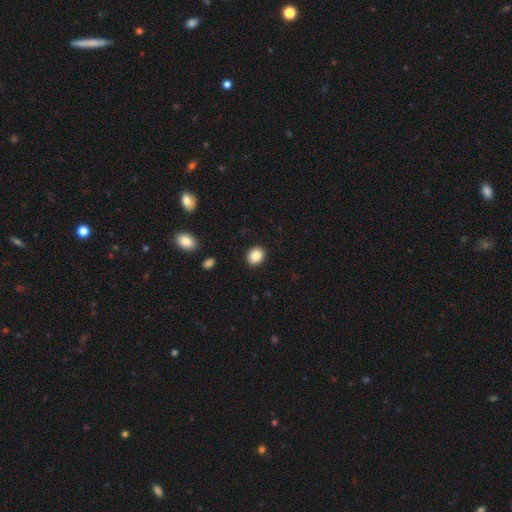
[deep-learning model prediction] This is clearly a smooth galaxy (88%). How rounded: likely round (65%). Merging: clearly none (91%).